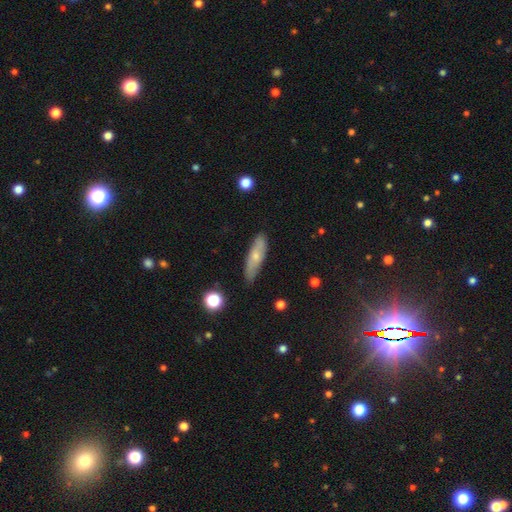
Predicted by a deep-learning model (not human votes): smooth_or_featured: smooth (p=0.56) [alt: featured or disk p=0.37]
how_rounded: cigar-shaped (p=0.60) [alt: in between p=0.37]
merging: none (p=0.76) [alt: minor disturbance p=0.19]